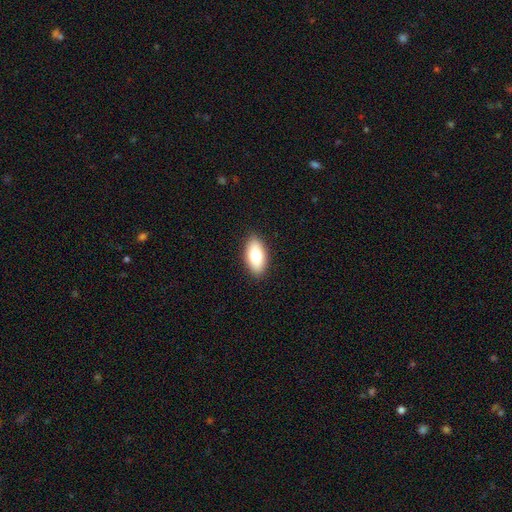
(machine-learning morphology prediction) smooth_or_featured: smooth (p=0.78) [alt: featured or disk p=0.16]
how_rounded: in between (p=0.91) [alt: cigar-shaped p=0.06]
merging: none (p=0.89) [alt: minor disturbance p=0.08]